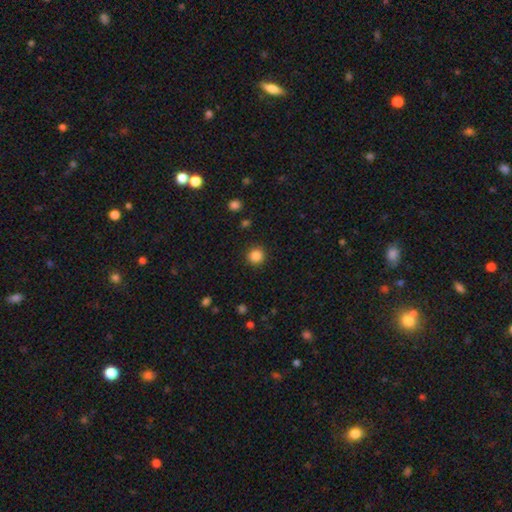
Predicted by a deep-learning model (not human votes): smooth 86%, star or artifact 11%, featured or disk 3%. Down the decision tree: how rounded — round (94%); merging — none (91%).